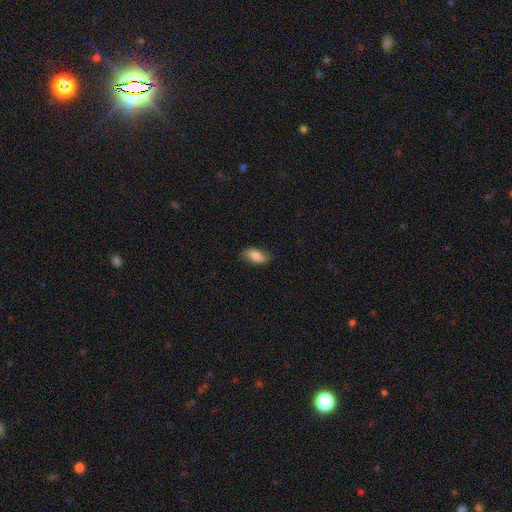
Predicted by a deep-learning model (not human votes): smooth 81%, featured or disk 12%, star or artifact 7%. Down the decision tree: how rounded — in between (91%); merging — none (73%).